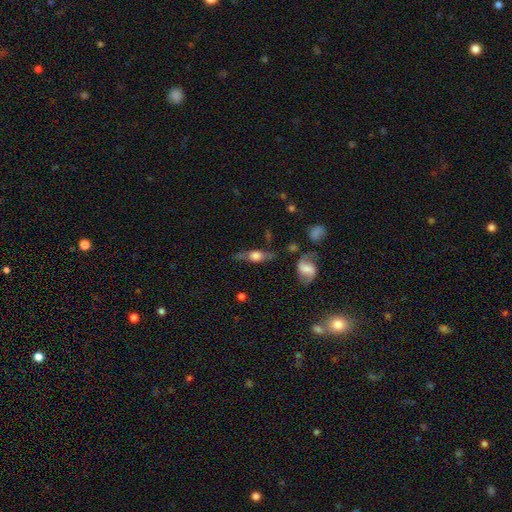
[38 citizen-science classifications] Q: Smooth or featured?
A: featured or disk (55%); runner-up: smooth (37%)
Q: Edge-on disk?
A: yes (81%); runner-up: no (19%)
Q: Edge-on bulge?
A: rounded (100%)
Q: Merging?
A: none (80%); runner-up: minor disturbance (17%)